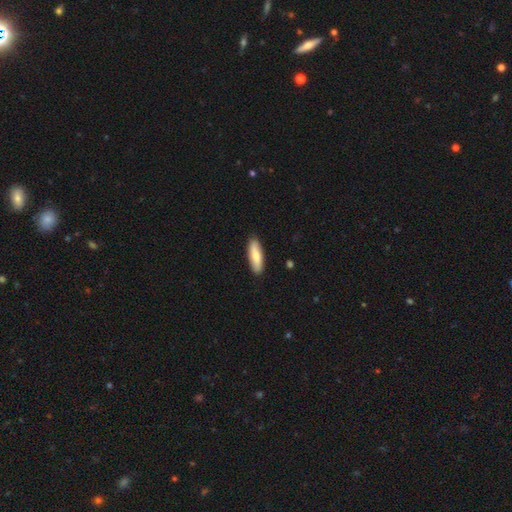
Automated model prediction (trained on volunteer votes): smooth_or_featured: smooth (p=0.73) [alt: featured or disk p=0.22]
how_rounded: cigar-shaped (p=0.52) [alt: in between p=0.46]
merging: none (p=0.89) [alt: minor disturbance p=0.08]